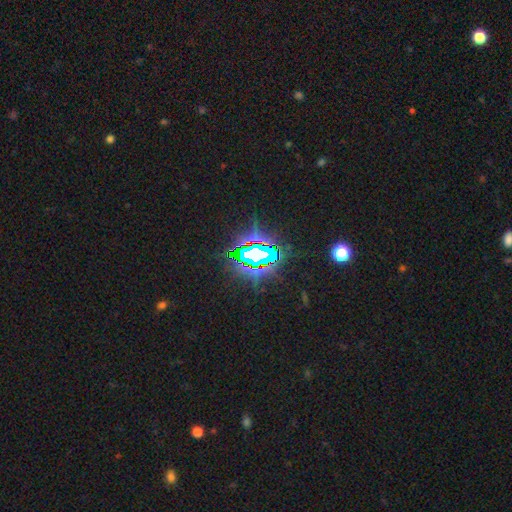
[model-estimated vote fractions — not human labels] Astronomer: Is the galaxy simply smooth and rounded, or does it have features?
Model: star or artifact — 80%.